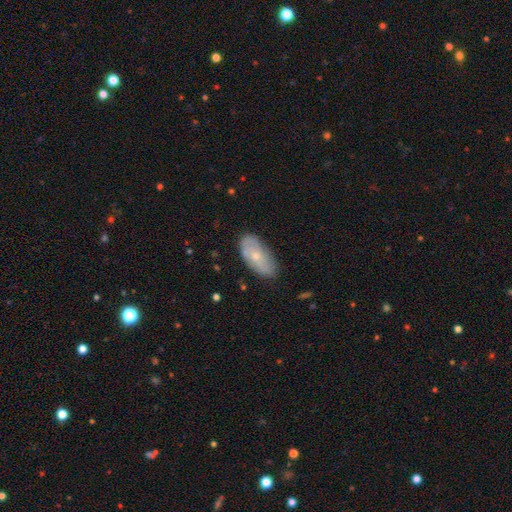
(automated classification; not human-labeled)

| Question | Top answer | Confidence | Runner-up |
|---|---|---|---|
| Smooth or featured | smooth | 57% | featured or disk (36%) |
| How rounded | in between | 91% | cigar-shaped (6%) |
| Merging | none | 74% | minor disturbance (20%) |